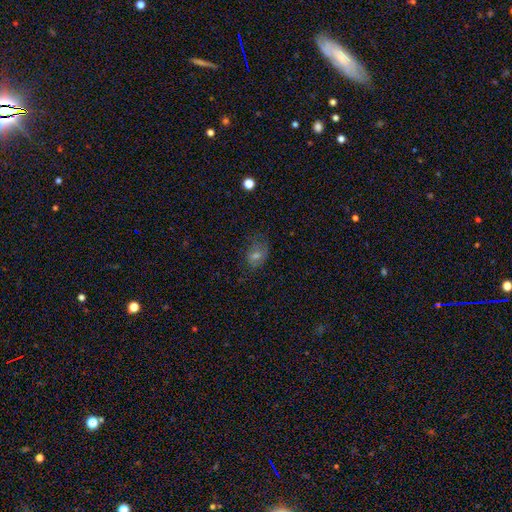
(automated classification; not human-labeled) Smooth or featured: smooth — 46% (featured or disk — 32%)
Merging: none — 56% (minor disturbance — 24%)